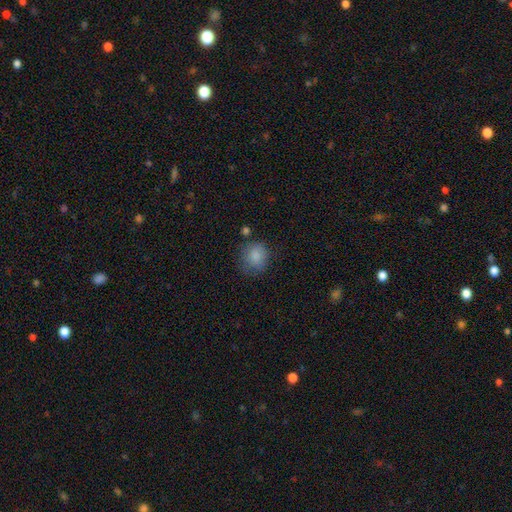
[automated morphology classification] A smooth galaxy with no disk features (85%) that is round (78%). Merging: none (68%).